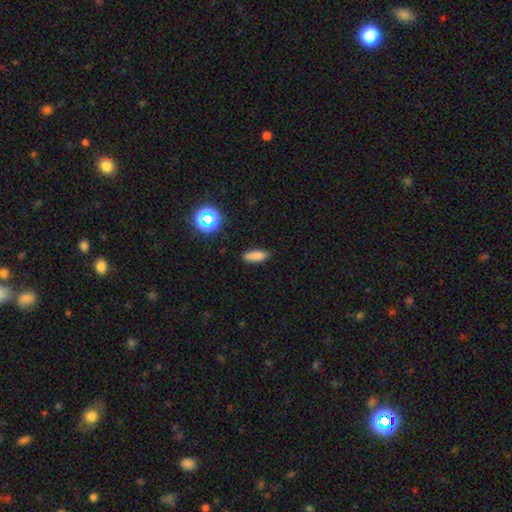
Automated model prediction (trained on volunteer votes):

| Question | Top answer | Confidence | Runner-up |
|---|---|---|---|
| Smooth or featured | smooth | 82% | star or artifact (12%) |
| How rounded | in between | 62% | cigar-shaped (34%) |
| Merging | none | 86% | minor disturbance (10%) |